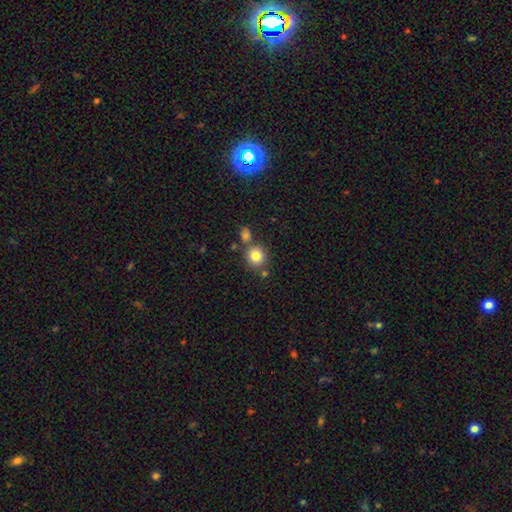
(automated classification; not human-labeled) Smooth or featured? smooth (82%)
How rounded? round (90%)
Merging? none (71%)